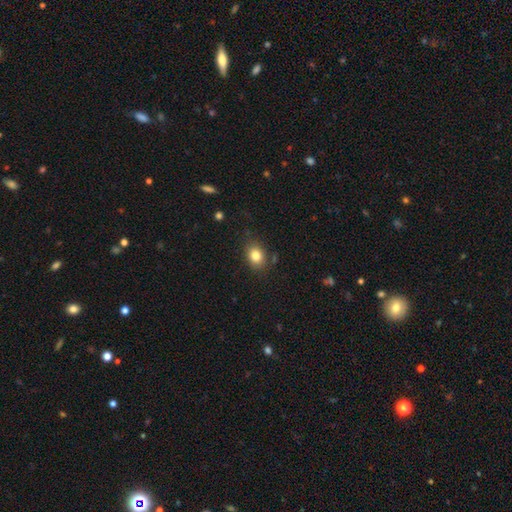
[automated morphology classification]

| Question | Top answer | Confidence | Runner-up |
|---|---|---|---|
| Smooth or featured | smooth | 82% | star or artifact (10%) |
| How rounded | in between | 61% | round (38%) |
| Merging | none | 79% | minor disturbance (14%) |